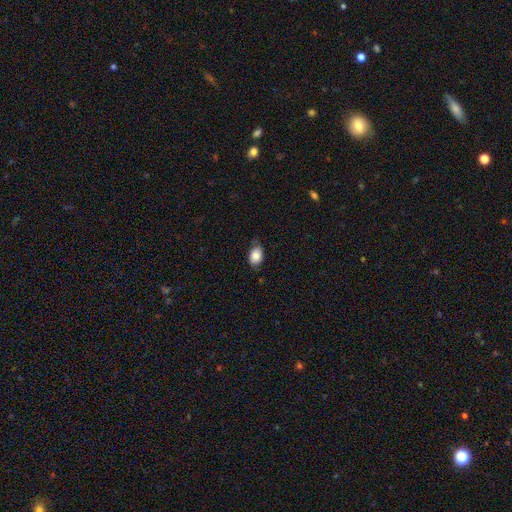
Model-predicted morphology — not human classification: This is clearly a smooth galaxy (82%). How rounded: clearly in between (85%). Merging: likely none (69%).